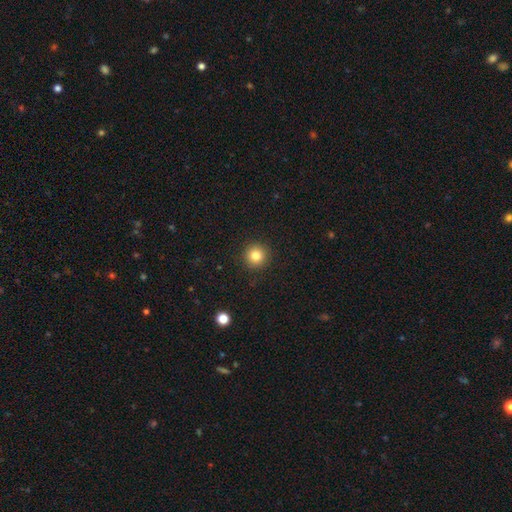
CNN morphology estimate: Smooth or featured? Predicted: smooth (p=0.82). How rounded? Predicted: round (p=0.95). Merging? Predicted: none (p=0.92).